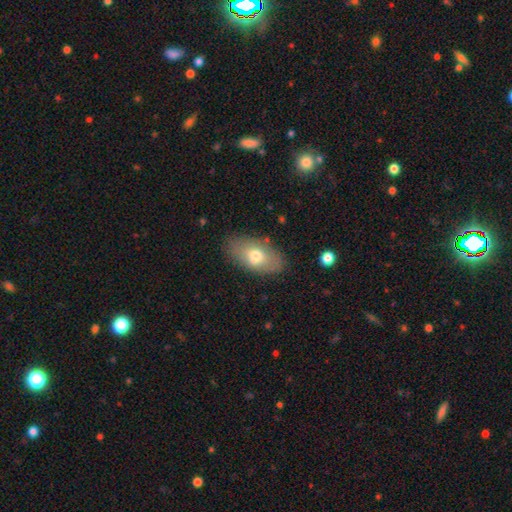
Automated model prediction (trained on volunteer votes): Smooth or featured: smooth — 70% (featured or disk — 23%)
How rounded: in between — 92% (round — 5%)
Merging: none — 81% (minor disturbance — 13%)